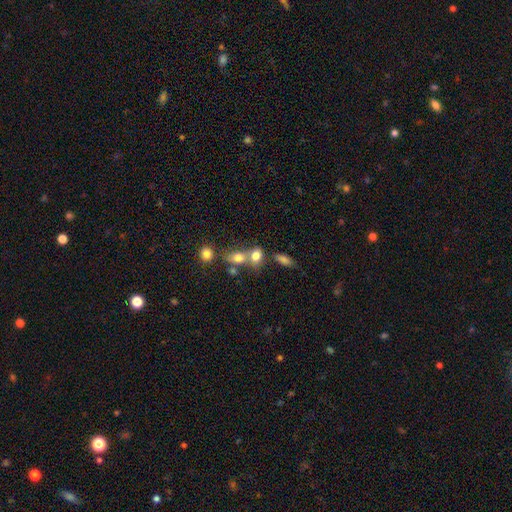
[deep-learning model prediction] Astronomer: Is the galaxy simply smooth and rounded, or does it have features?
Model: smooth — 76%.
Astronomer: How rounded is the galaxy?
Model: in between — 60% (runner-up: round, 37%).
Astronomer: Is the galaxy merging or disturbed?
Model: merger — 52% (runner-up: none, 33%).